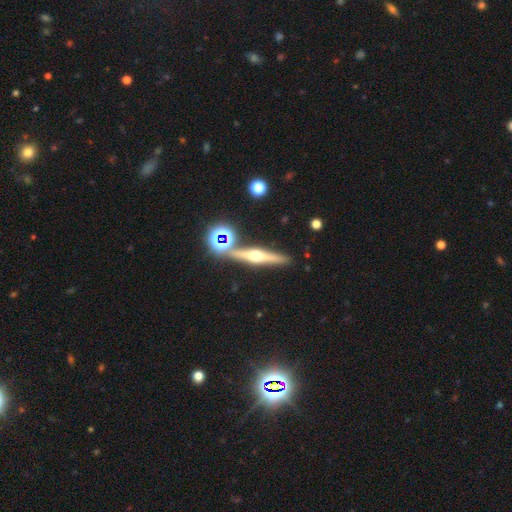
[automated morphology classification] The model was most divided on "smooth or featured": featured or disk: 69%, smooth: 20%, star or artifact: 11%. More confident: edge-on disk — yes (96%); edge-on bulge — rounded (95%); merging — none (83%).